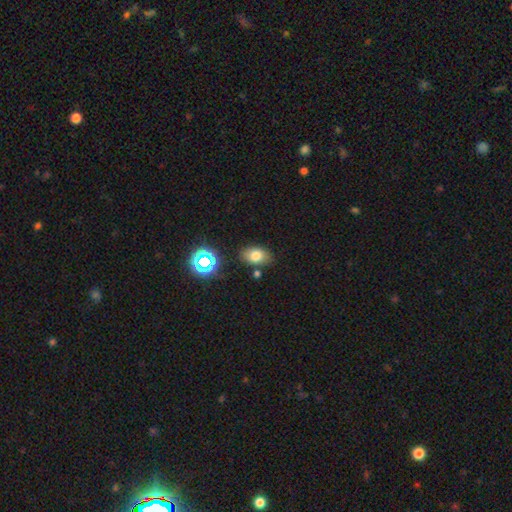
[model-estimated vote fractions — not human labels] The model was most divided on "smooth or featured": smooth: 75%, star or artifact: 14%, featured or disk: 11%. More confident: how rounded — in between (83%); merging — none (79%).